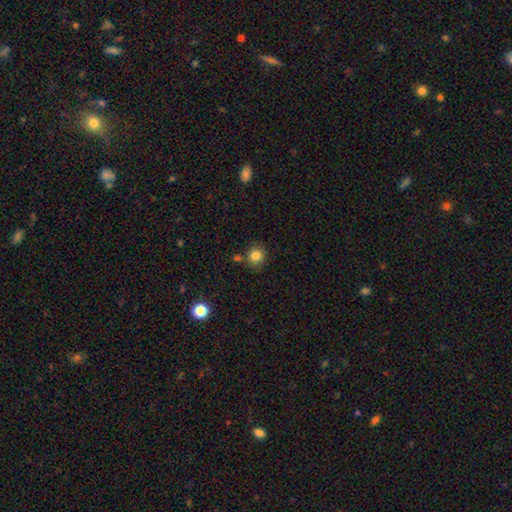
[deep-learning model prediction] A smooth galaxy with no disk features (83%) that is round (85%).

Vote fractions:
- Smooth or featured? smooth: 83% / star or artifact: 11% / featured or disk: 6%
- How rounded? round: 85% / in between: 14% / cigar-shaped: 1%
- Merging? none: 75% / minor disturbance: 12% / merger: 9% / major disturbance: 3%